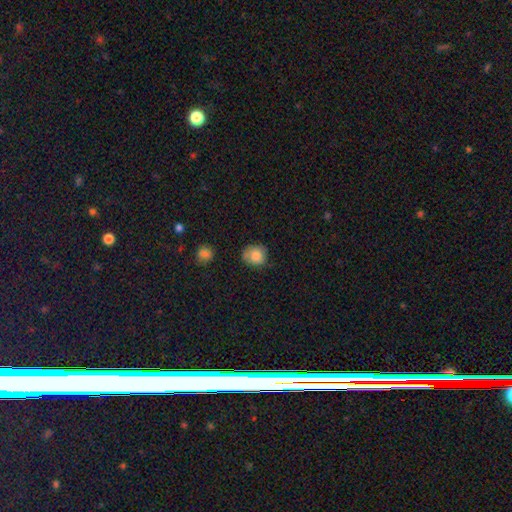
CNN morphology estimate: This appears to be a smooth galaxy with no disk features (81%) that is round (77%). Merging: none (65%).